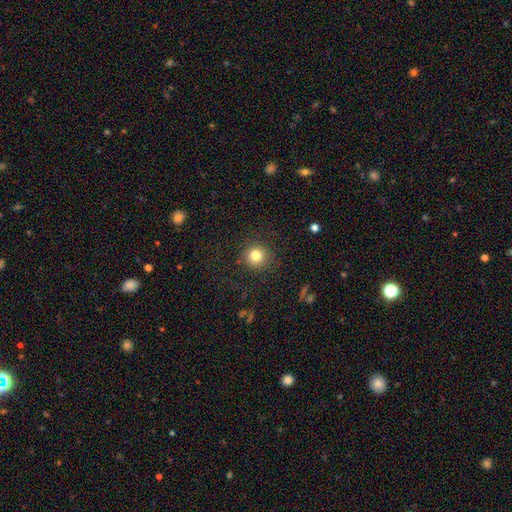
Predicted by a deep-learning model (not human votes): Smooth or featured?
  - smooth: 81% *
  - star or artifact: 12%
  - featured or disk: 7%
How rounded?
  - round: 93% *
  - in between: 6%
  - cigar-shaped: 1%
Merging?
  - none: 88% *
  - minor disturbance: 7%
  - major disturbance: 3%
  - merger: 1%